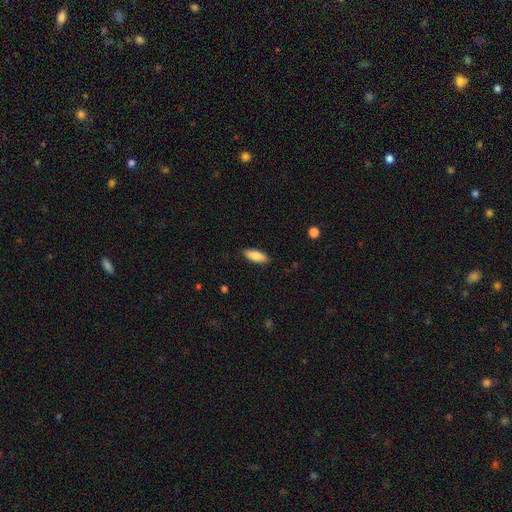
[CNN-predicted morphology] Smooth or featured? Predicted: smooth (p=0.85). How rounded? Predicted: in between (p=0.71). Merging? Predicted: none (p=0.88).